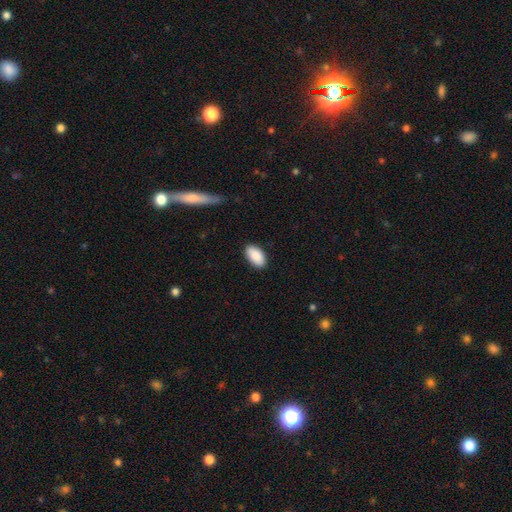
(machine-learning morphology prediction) Smooth or featured: smooth — 90% (star or artifact — 6%)
How rounded: in between — 95% (round — 3%)
Merging: none — 87% (minor disturbance — 10%)